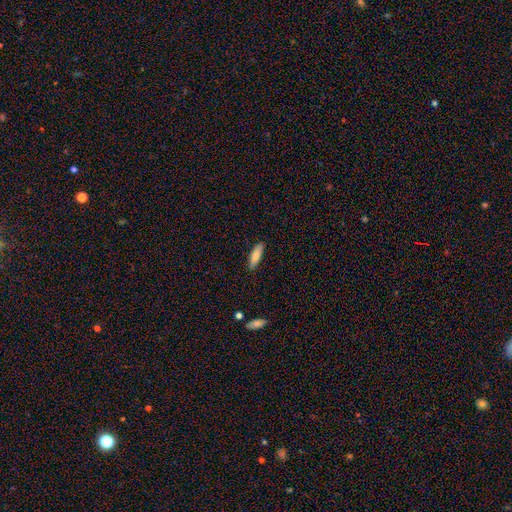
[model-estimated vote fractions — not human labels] Overall: smooth (81%). How rounded: cigar-shaped (56%; in between 43%). Merging: none (85%).